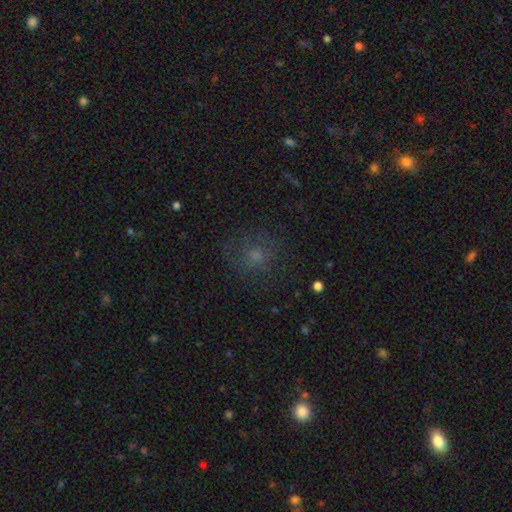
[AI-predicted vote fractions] Q: Smooth or featured?
A: smooth (56%); runner-up: star or artifact (23%)
Q: How rounded?
A: round (83%); runner-up: in between (16%)
Q: Merging?
A: none (71%); runner-up: minor disturbance (16%)